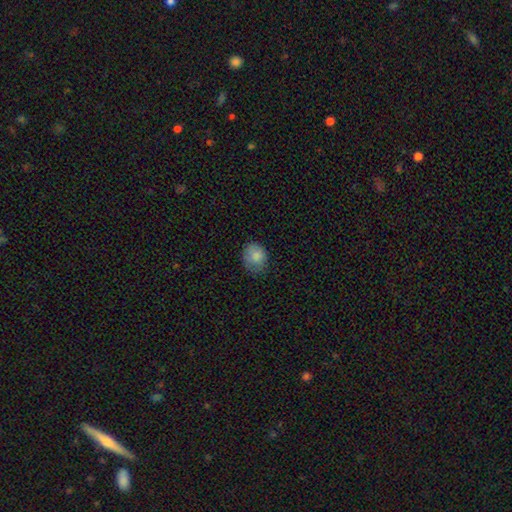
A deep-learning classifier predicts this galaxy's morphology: Q: Smooth or featured?
A: smooth (83%); runner-up: star or artifact (9%)
Q: How rounded?
A: round (59%); runner-up: in between (40%)
Q: Merging?
A: none (70%); runner-up: minor disturbance (23%)